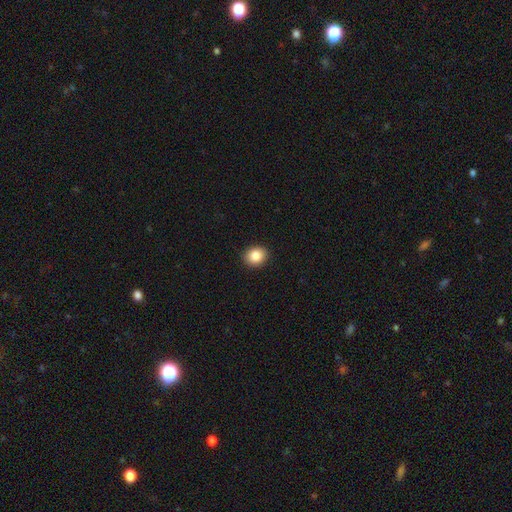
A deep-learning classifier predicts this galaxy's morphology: smooth 86%, star or artifact 9%, featured or disk 5%. Down the decision tree: how rounded — round (72%); merging — none (91%).